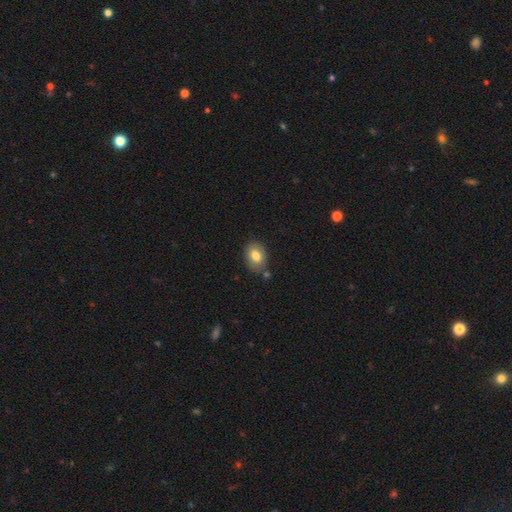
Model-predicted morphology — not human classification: This appears to be a smooth galaxy with no disk features (79%) that is in between round and cigar-shaped (75%). Merging: none (75%).